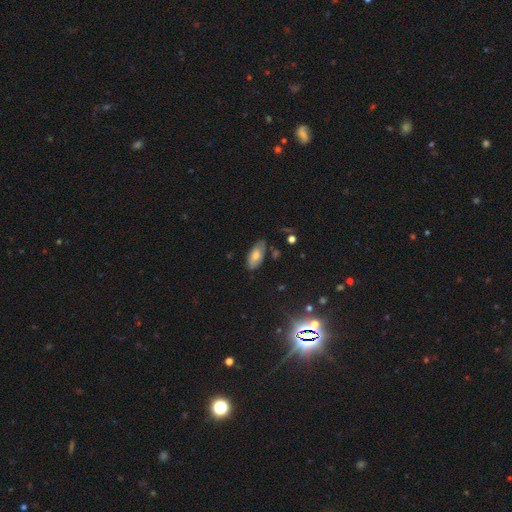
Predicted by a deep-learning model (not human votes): Overall: smooth (68%). How rounded: in between (91%). Merging: none (71%).